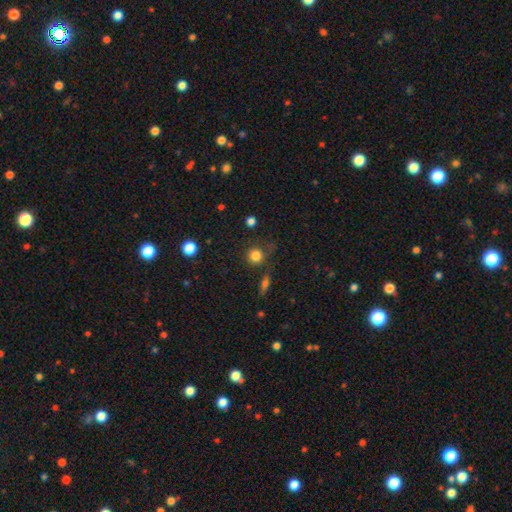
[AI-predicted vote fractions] A smooth galaxy with no disk features (82%) that is round (91%). Merging: none (76%).